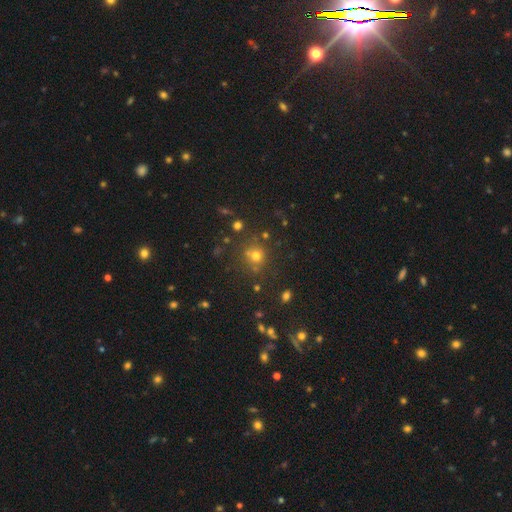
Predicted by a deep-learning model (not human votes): A smooth galaxy with no disk features (63%) that is round (87%).

Vote fractions:
- Smooth or featured? smooth: 63% / star or artifact: 26% / featured or disk: 10%
- How rounded? round: 87% / in between: 12% / cigar-shaped: 1%
- Merging? none: 70% / merger: 13% / minor disturbance: 12% / major disturbance: 5%